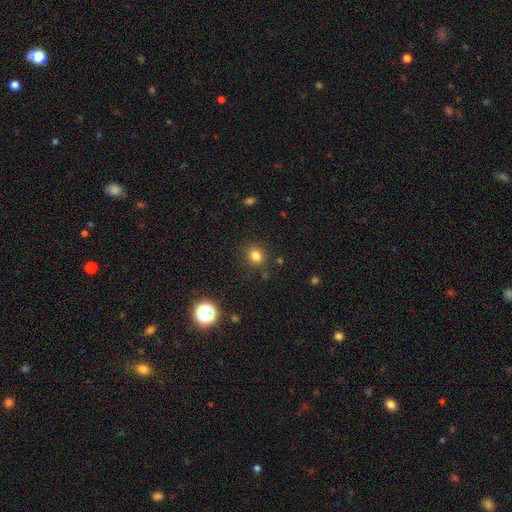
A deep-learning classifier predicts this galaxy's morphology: A smooth galaxy with no disk features (80%) that is round (81%).

Vote fractions:
- Smooth or featured? smooth: 80% / star or artifact: 14% / featured or disk: 6%
- How rounded? round: 81% / in between: 18% / cigar-shaped: 1%
- Merging? none: 87% / minor disturbance: 8% / major disturbance: 3% / merger: 2%